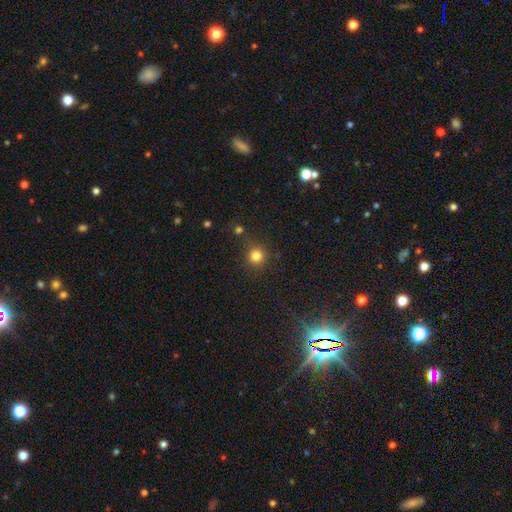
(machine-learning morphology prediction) This appears to be a smooth galaxy with no disk features (81%) that is round (92%). Merging: none (82%).